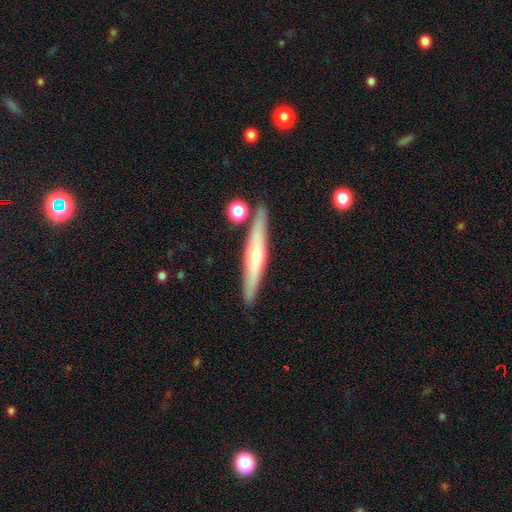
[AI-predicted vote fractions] Smooth or featured: featured or disk — 56% (smooth — 37%)
Edge-on disk: yes — 94% (no — 6%)
Edge-on bulge: rounded — 75% (none — 16%)
Merging: none — 85% (minor disturbance — 9%)